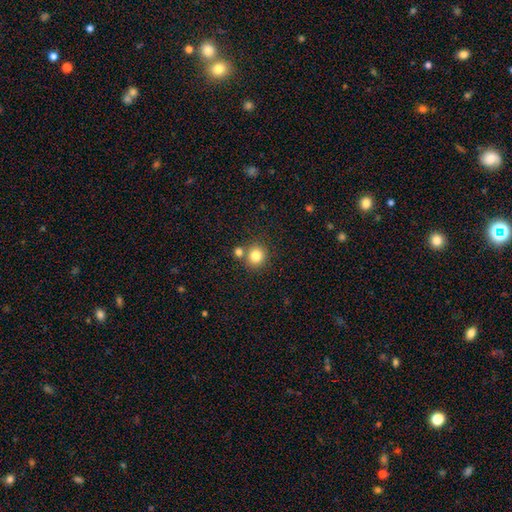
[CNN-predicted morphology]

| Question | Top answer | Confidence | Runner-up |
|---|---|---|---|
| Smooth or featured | smooth | 82% | star or artifact (11%) |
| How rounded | round | 90% | in between (9%) |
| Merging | none | 71% | merger (19%) |